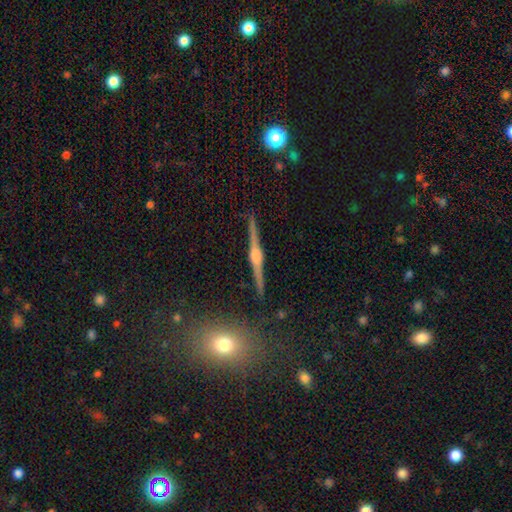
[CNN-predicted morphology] The model was most divided on "smooth or featured": featured or disk: 87%, smooth: 7%, star or artifact: 6%. More confident: edge-on disk — yes (98%); edge-on bulge — rounded (92%); merging — none (91%).